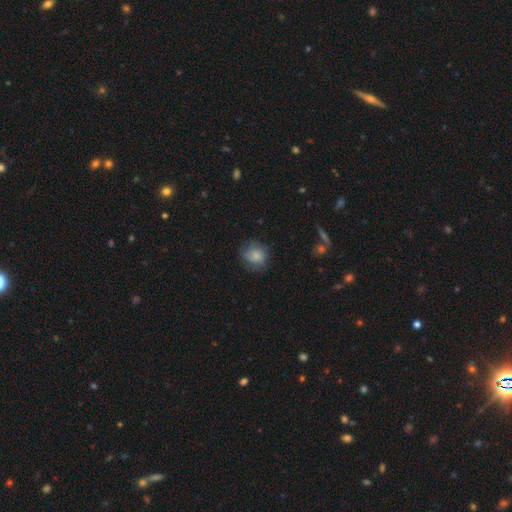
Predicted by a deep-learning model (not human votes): The model was most divided on "merging": none: 68%, minor disturbance: 22%, major disturbance: 8%, merger: 1%. More confident: how rounded — round (80%); smooth or featured — smooth (75%).